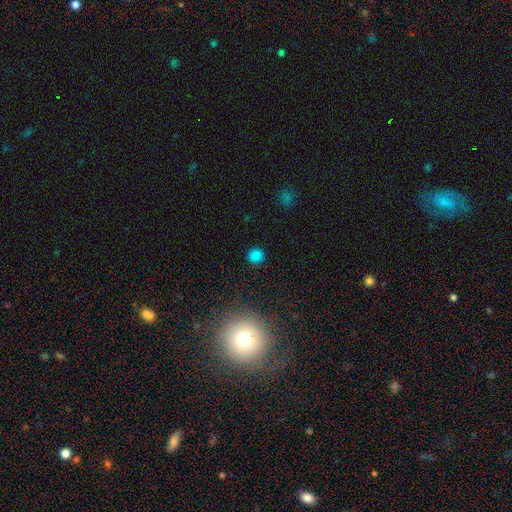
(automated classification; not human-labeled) Smooth or featured? smooth (81%)
How rounded? round (90%)
Merging? none (90%)